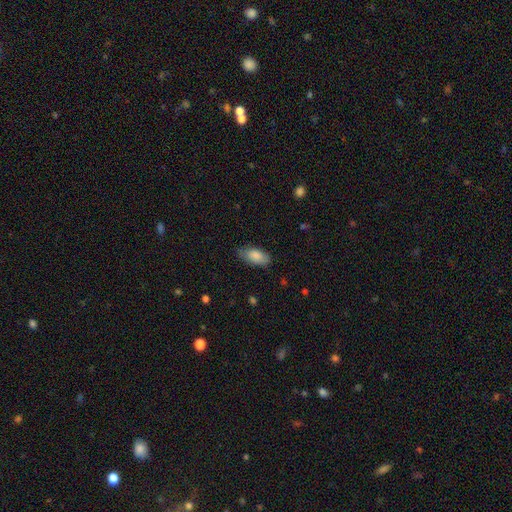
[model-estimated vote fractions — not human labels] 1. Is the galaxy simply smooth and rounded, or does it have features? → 85% smooth, 9% featured or disk, 6% star or artifact.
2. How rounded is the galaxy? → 90% in between, 7% cigar-shaped, 2% round.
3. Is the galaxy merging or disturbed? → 73% none, 21% minor disturbance, 4% major disturbance, 1% merger.